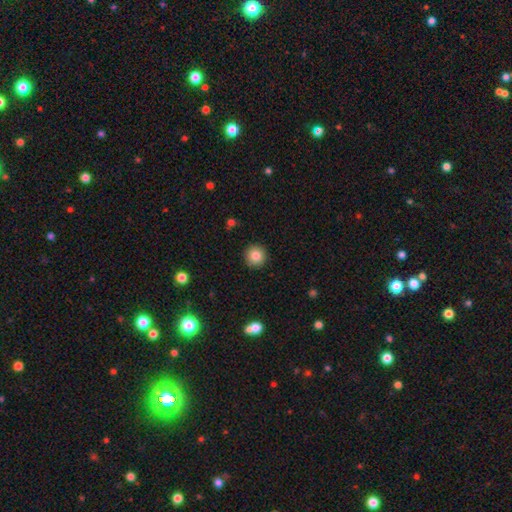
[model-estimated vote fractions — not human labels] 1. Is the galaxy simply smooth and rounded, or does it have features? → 84% smooth, 9% star or artifact, 7% featured or disk.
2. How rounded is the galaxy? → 95% round, 4% in between, 1% cigar-shaped.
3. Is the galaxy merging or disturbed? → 92% none, 5% minor disturbance, 2% major disturbance, 1% merger.